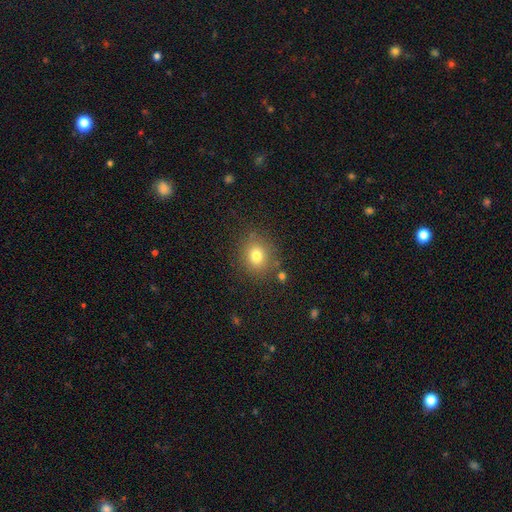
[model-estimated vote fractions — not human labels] This appears to be a smooth galaxy with no disk features (78%) that is round (77%). Merging: none (83%).